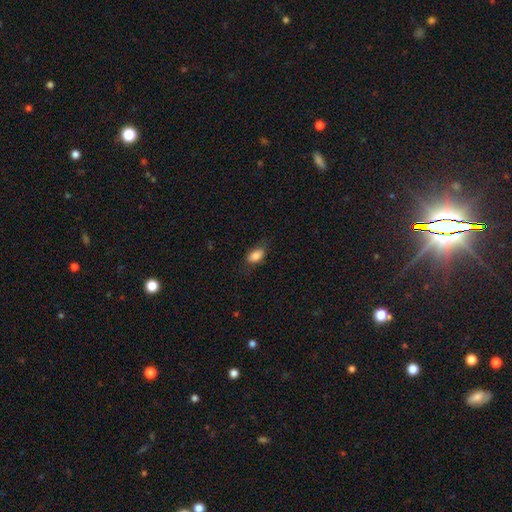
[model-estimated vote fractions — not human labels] Smooth or featured: smooth — 84% (featured or disk — 8%)
How rounded: in between — 87% (round — 10%)
Merging: none — 74% (minor disturbance — 19%)